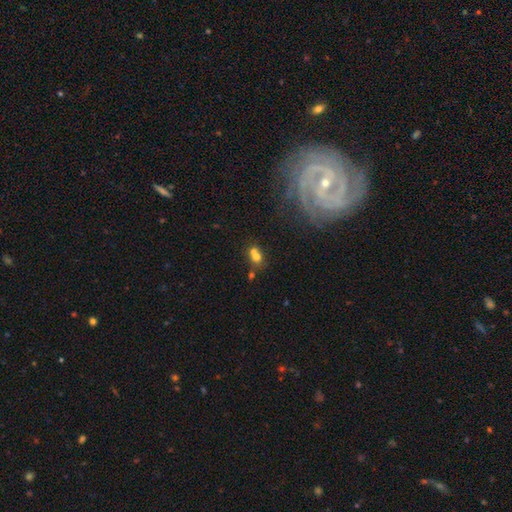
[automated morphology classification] Overall: smooth (63%). How rounded: round (64%; in between 35%). Merging: merger (49%; none 36%).